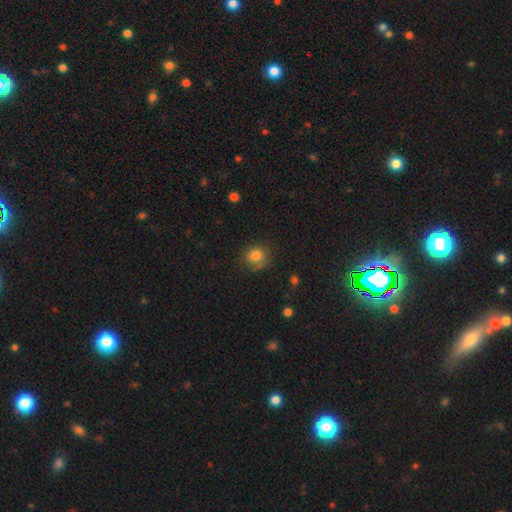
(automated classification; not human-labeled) This is clearly a smooth galaxy (81%). How rounded: clearly round (86%). Merging: likely none (73%).